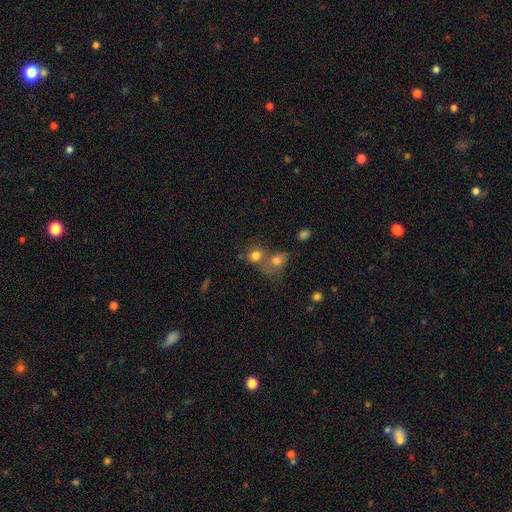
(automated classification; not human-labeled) Q: Smooth or featured?
A: smooth (76%); runner-up: star or artifact (13%)
Q: How rounded?
A: round (75%); runner-up: in between (24%)
Q: Merging?
A: merger (49%); runner-up: none (38%)